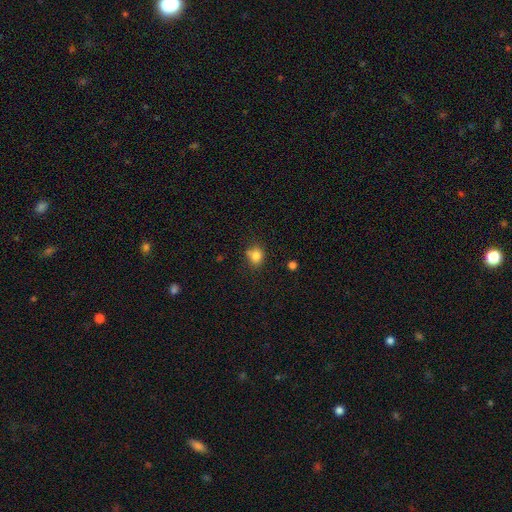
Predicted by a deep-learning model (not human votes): This appears to be a smooth galaxy with no disk features (81%) that is round (70%). Merging: none (64%).